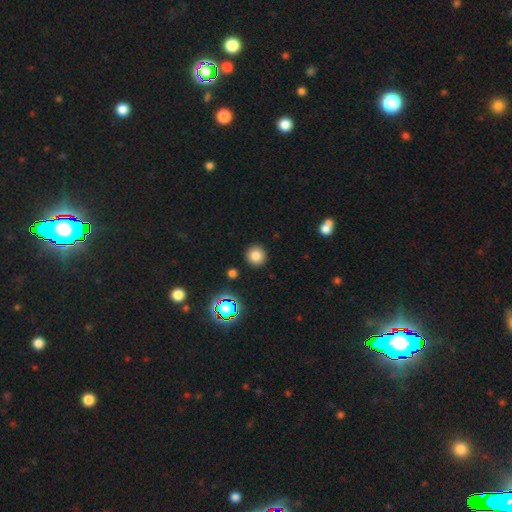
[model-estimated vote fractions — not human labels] Smooth or featured: smooth — 79% (star or artifact — 16%)
How rounded: round — 95% (in between — 4%)
Merging: none — 91% (minor disturbance — 6%)